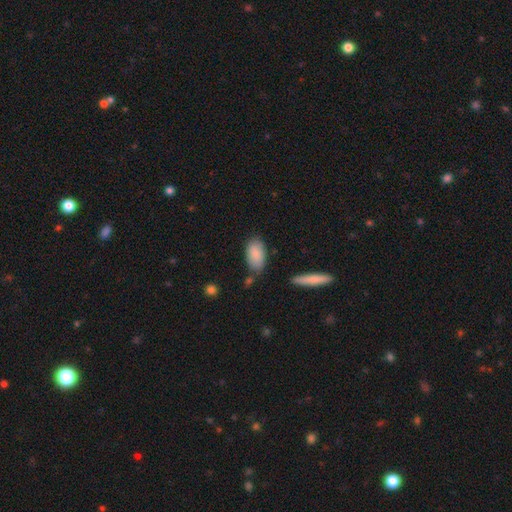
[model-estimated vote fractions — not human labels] Smooth or featured? Predicted: smooth (p=0.87). How rounded? Predicted: in between (p=0.93). Merging? Predicted: none (p=0.73).